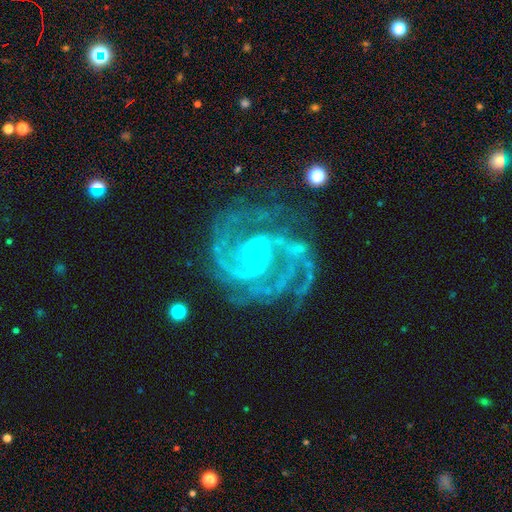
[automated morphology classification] This is clearly a featured or disk galaxy (92%). It is clearly not viewed edge-on (98%). Bar: likely no (65%). Spiral arm pattern: clearly yes (98%). Spiral arm count: marginally 2 (39%). Spiral winding: possibly tight (59%). Central bulge: clearly small (85%). Merging: likely none (65%).